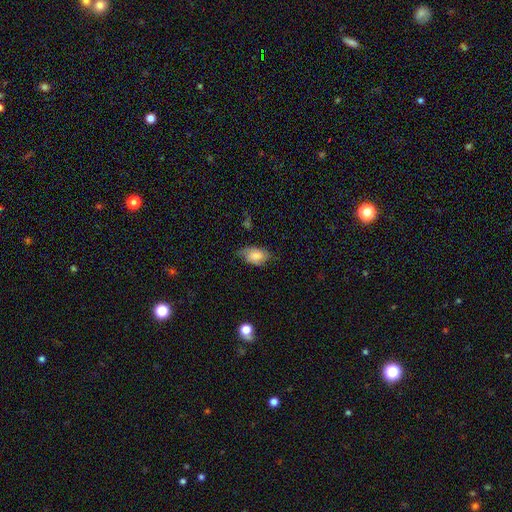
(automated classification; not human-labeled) A smooth galaxy with no disk features (66%) that is in between round and cigar-shaped (89%). Merging: none (58%).